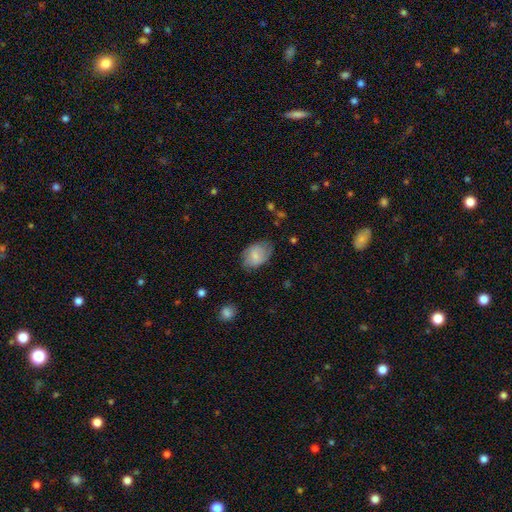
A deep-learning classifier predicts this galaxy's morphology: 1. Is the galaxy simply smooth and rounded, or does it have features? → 76% smooth, 18% featured or disk, 7% star or artifact.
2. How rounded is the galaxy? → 83% in between, 16% round, 1% cigar-shaped.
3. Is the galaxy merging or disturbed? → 69% none, 24% minor disturbance, 6% major disturbance, 1% merger.